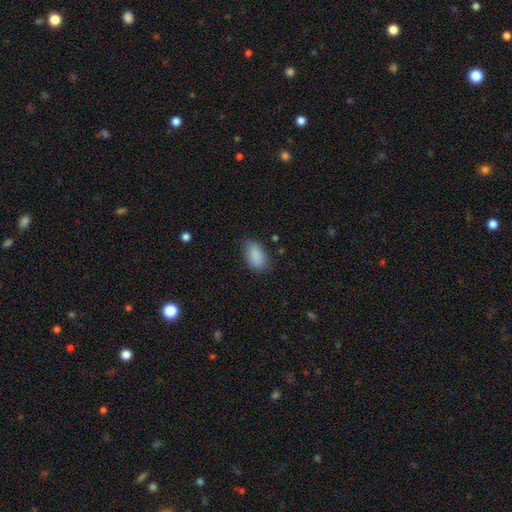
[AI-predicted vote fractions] smooth 89%, star or artifact 7%, featured or disk 4%. Down the decision tree: how rounded — in between (92%); merging — none (77%).